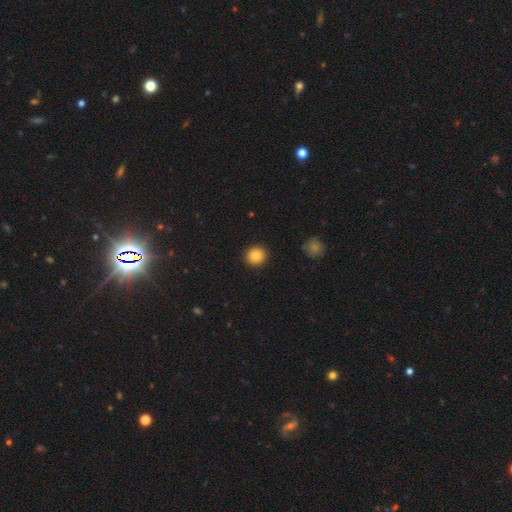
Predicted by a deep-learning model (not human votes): smooth_or_featured: smooth (p=0.85) [alt: star or artifact p=0.10]
how_rounded: round (p=0.90) [alt: in between p=0.09]
merging: none (p=0.92) [alt: minor disturbance p=0.05]